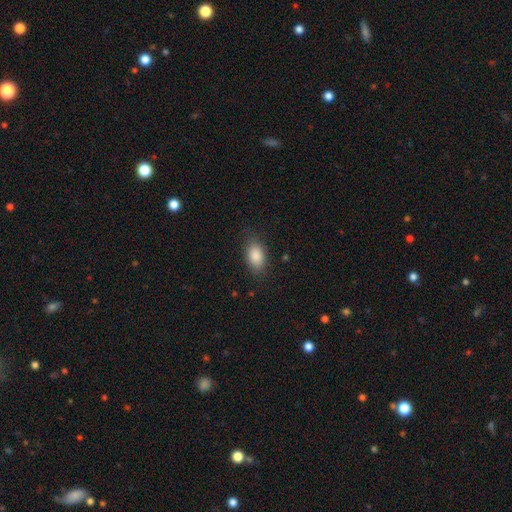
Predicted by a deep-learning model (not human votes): This appears to be a smooth galaxy with no disk features (88%) that is in between round and cigar-shaped (90%). Merging: none (82%).